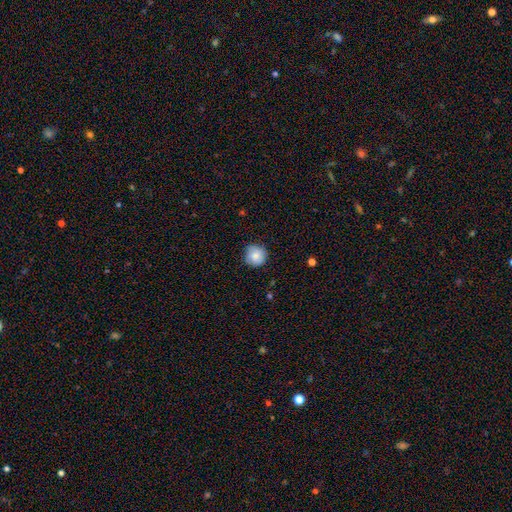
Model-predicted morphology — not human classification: Smooth or featured? Predicted: smooth (p=0.82). How rounded? Predicted: round (p=0.94). Merging? Predicted: none (p=0.81).